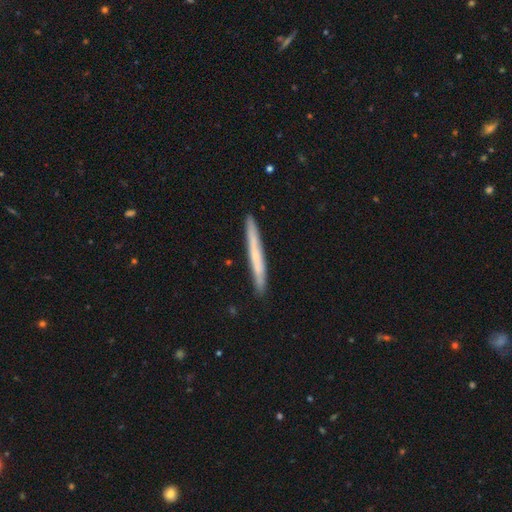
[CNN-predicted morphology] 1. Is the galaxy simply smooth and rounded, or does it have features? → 53% smooth, 42% featured or disk, 6% star or artifact.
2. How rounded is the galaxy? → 97% cigar-shaped, 2% in between, 1% round.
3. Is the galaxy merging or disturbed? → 90% none, 8% minor disturbance, 1% major disturbance, 1% merger.